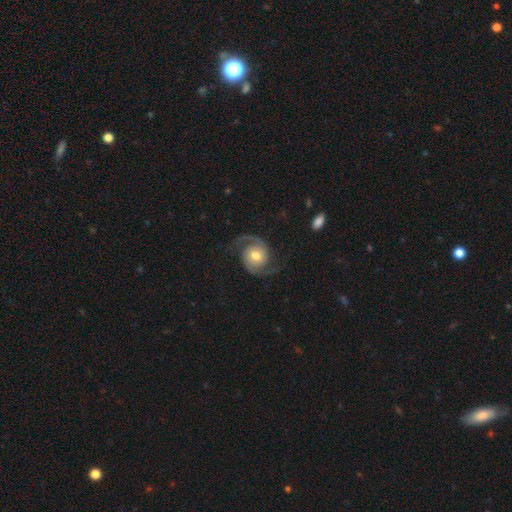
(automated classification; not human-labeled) The model was most divided on "spiral winding": medium: 49%, loose: 35%, tight: 16%. More confident: edge-on disk — no (98%); spiral arms — yes (98%); spiral arm count — 2 (94%); smooth or featured — featured or disk (88%); merging — none (79%); bulge size — moderate (70%); bar — no (69%).